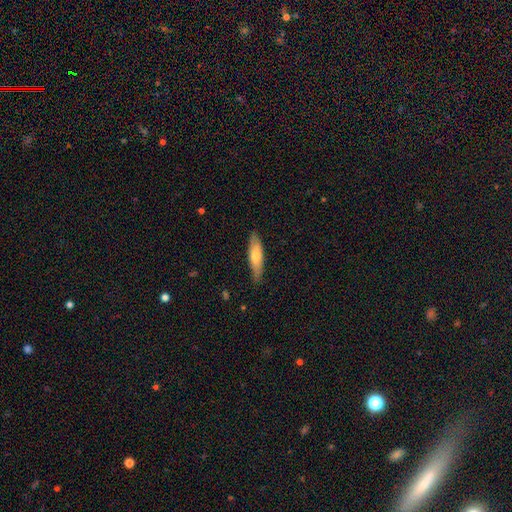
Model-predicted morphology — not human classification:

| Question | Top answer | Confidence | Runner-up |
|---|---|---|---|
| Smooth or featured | smooth | 67% | featured or disk (28%) |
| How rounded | cigar-shaped | 64% | in between (34%) |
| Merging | none | 84% | minor disturbance (13%) |